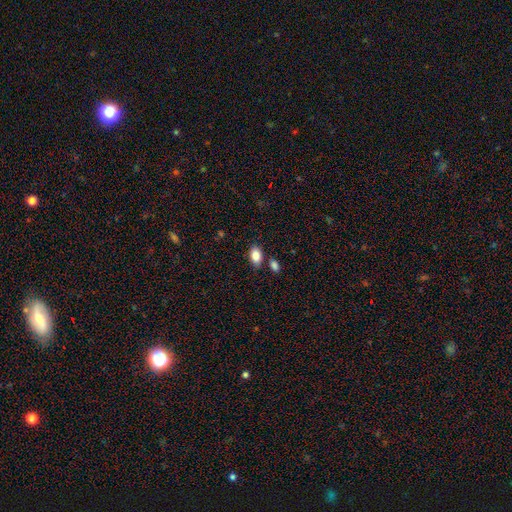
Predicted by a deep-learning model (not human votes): smooth 85%, star or artifact 8%, featured or disk 7%. Down the decision tree: how rounded — in between (90%); merging — none (76%).